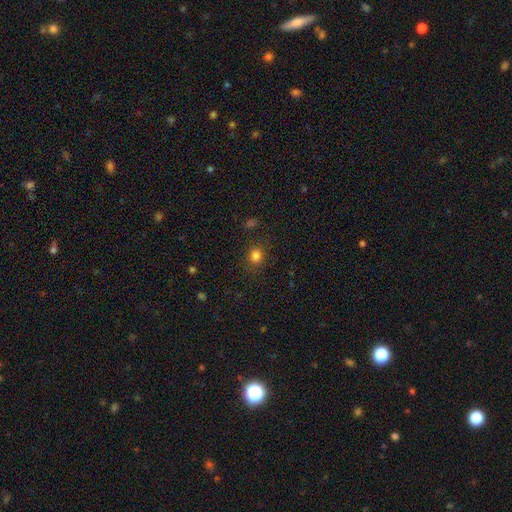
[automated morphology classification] Smooth or featured?
  - smooth: 80% *
  - star or artifact: 14%
  - featured or disk: 5%
How rounded?
  - round: 76% *
  - in between: 23%
  - cigar-shaped: 1%
Merging?
  - none: 85% *
  - minor disturbance: 10%
  - major disturbance: 4%
  - merger: 2%